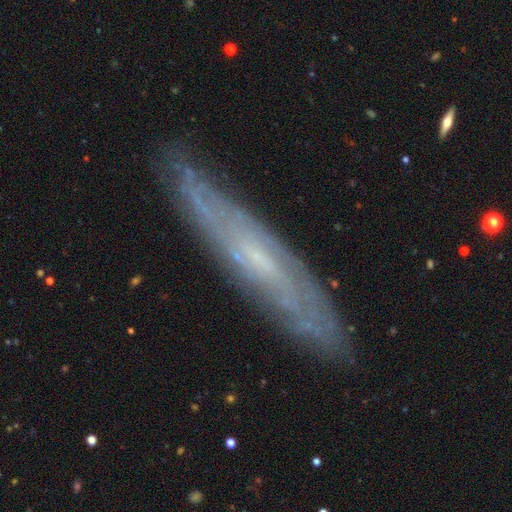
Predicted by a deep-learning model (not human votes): Smooth or featured? Predicted: featured or disk (p=0.72). Edge-on disk? Predicted: no (p=0.52). Merging? Predicted: none (p=0.82).